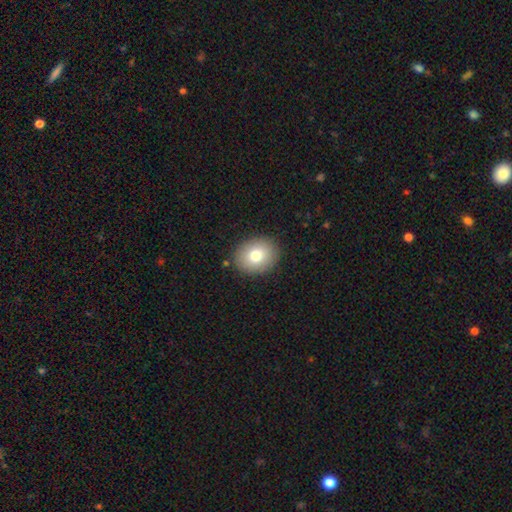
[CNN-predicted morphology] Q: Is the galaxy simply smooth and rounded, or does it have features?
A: smooth — 78%.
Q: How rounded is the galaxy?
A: round — 52%.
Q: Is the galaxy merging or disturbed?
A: none — 88%.